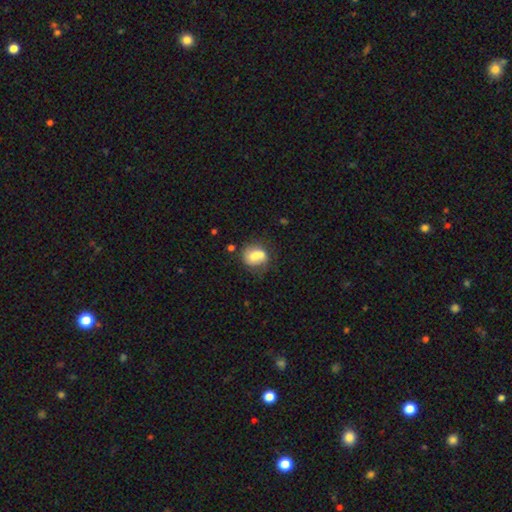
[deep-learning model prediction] Smooth or featured: smooth — 62% (featured or disk — 29%)
How rounded: round — 63% (in between — 36%)
Merging: none — 48% (minor disturbance — 22%)